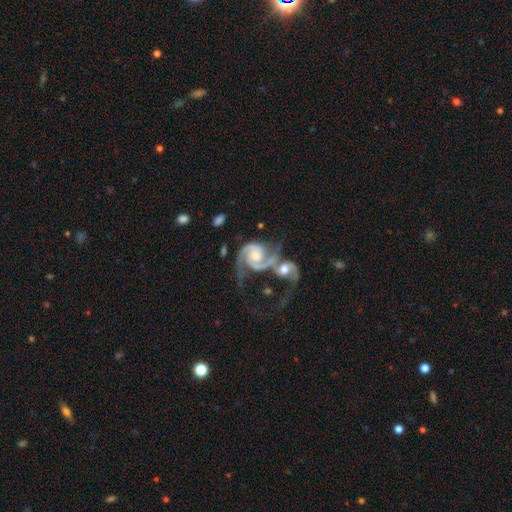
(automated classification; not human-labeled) Morphology: type=featured or disk (93%); edge-on=no (98%); bar=no (60%); spiral arms=yes (98%); winding=medium (53%); arm count=2 (90%); bulge=moderate (54%); merging=merger (59%).